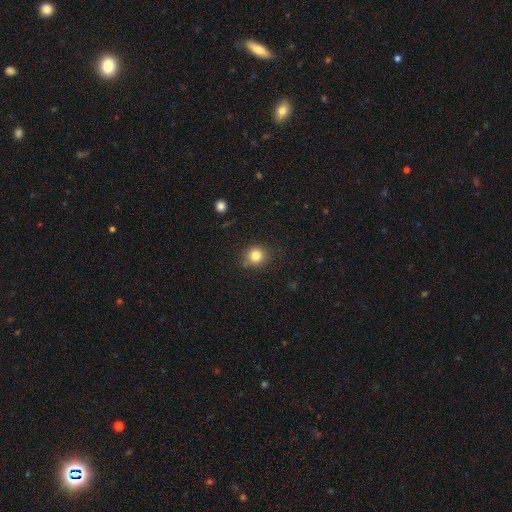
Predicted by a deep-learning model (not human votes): Smooth or featured? Predicted: smooth (p=0.82). How rounded? Predicted: round (p=0.89). Merging? Predicted: none (p=0.83).